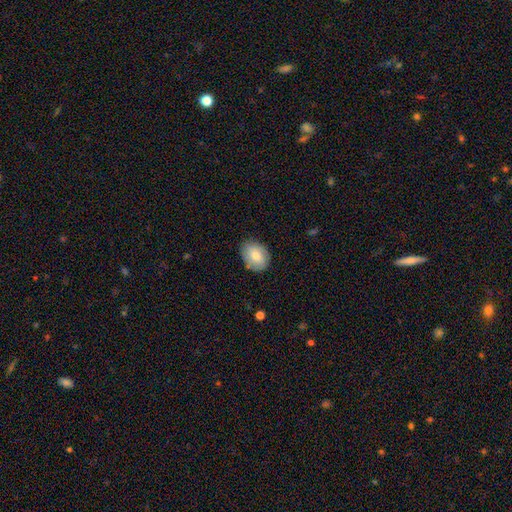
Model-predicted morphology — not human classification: The model was most divided on "how rounded": in between: 65%, round: 34%, cigar-shaped: 1%. More confident: merging — none (79%); smooth or featured — smooth (79%).